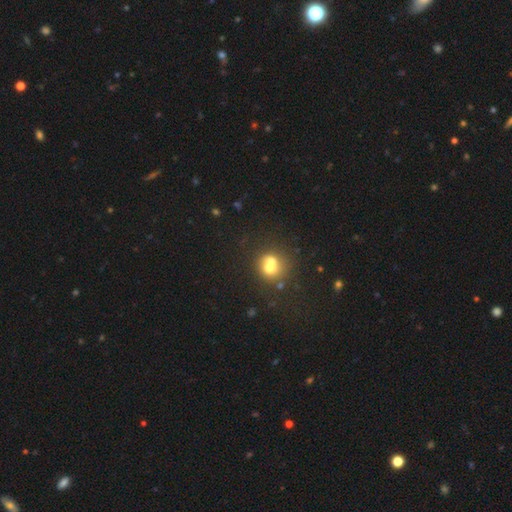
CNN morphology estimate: Smooth or featured?
  - smooth: 59% *
  - star or artifact: 35%
  - featured or disk: 6%
How rounded?
  - round: 88% *
  - in between: 11%
  - cigar-shaped: 1%
Merging?
  - none: 87% *
  - minor disturbance: 8%
  - major disturbance: 3%
  - merger: 2%